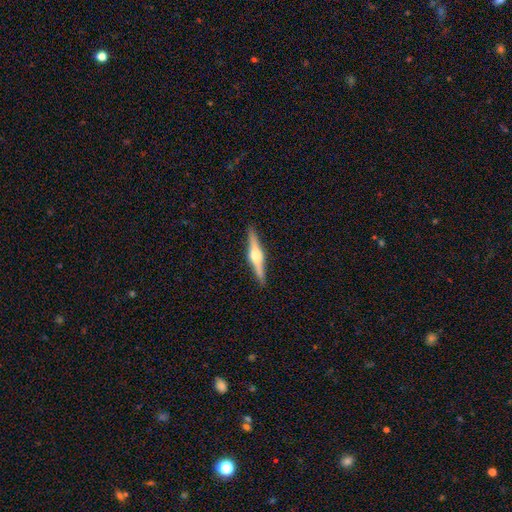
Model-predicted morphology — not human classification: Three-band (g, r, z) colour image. It shows a featured or disk galaxy (75%) viewed edge-on (98%) with a rounded central bulge (93%). Merging: none (91%).